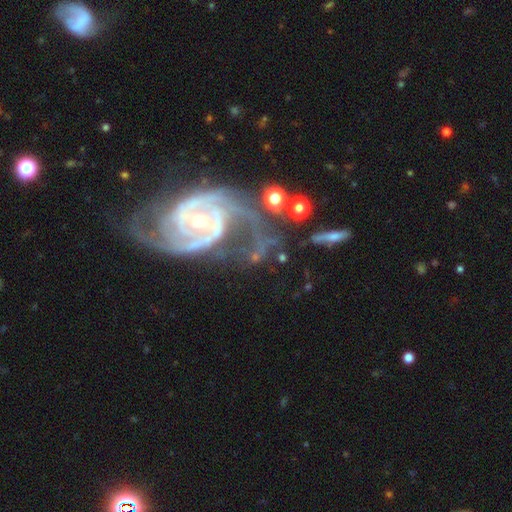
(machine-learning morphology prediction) Smooth or featured? featured or disk (86%)
Edge-on disk? no (97%)
Bar? no (51%)
Spiral arms? yes (95%)
Spiral winding? medium (42%)
Spiral arm count? 2 (61%)
Bulge size? small (47%)
Merging? none (41%)